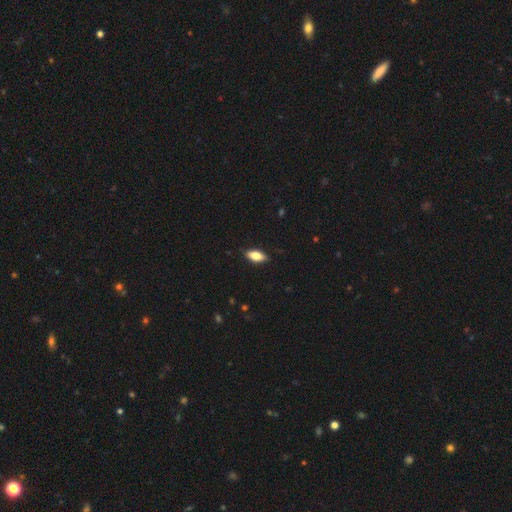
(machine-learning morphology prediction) Q: Smooth or featured?
A: smooth (74%); runner-up: featured or disk (19%)
Q: How rounded?
A: in between (84%); runner-up: cigar-shaped (13%)
Q: Merging?
A: none (86%); runner-up: minor disturbance (11%)